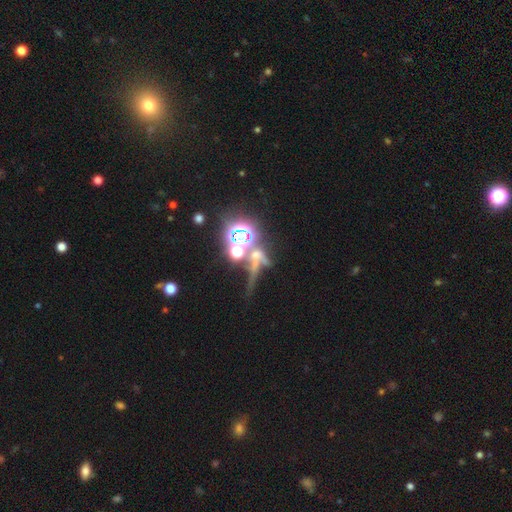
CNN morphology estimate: star or artifact 63%, featured or disk 19%, smooth 18%.